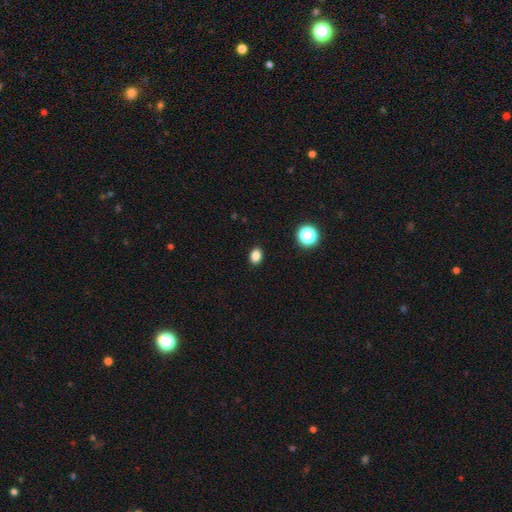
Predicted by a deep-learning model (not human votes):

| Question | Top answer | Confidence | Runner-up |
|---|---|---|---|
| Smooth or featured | smooth | 84% | star or artifact (13%) |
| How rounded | in between | 62% | round (37%) |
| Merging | none | 90% | minor disturbance (7%) |